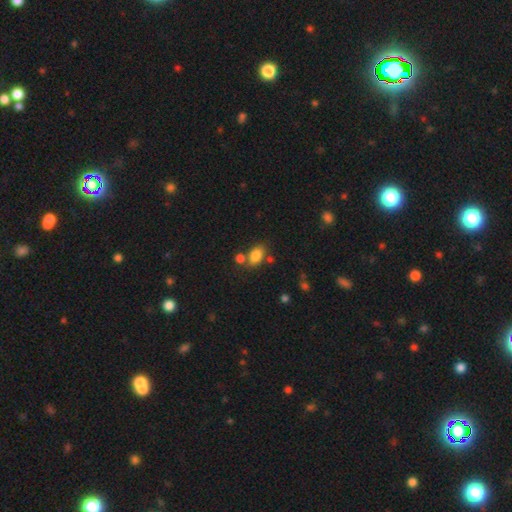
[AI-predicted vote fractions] smooth_or_featured: smooth (p=0.83) [alt: star or artifact p=0.10]
how_rounded: in between (p=0.84) [alt: round p=0.14]
merging: none (p=0.63) [alt: merger p=0.20]